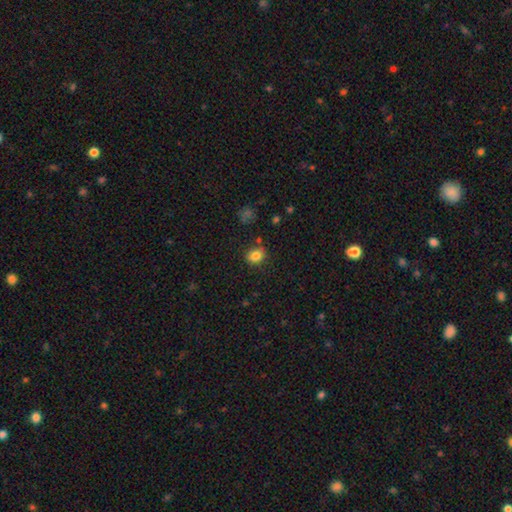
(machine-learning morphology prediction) This is clearly a smooth galaxy (83%). How rounded: likely round (64%). Merging: clearly none (82%).